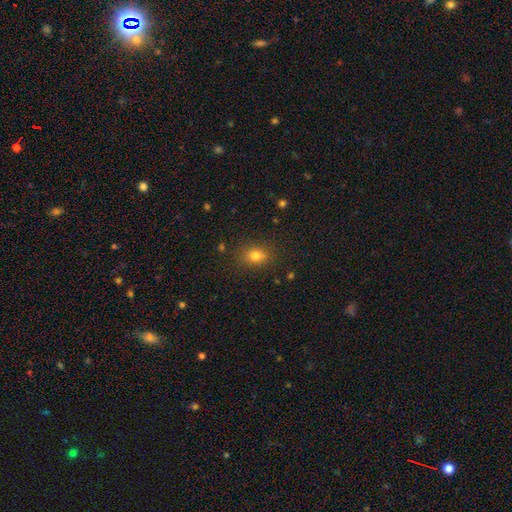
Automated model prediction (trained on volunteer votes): Smooth or featured: smooth — 77% (star or artifact — 14%)
How rounded: in between — 54% (round — 44%)
Merging: none — 82% (minor disturbance — 12%)